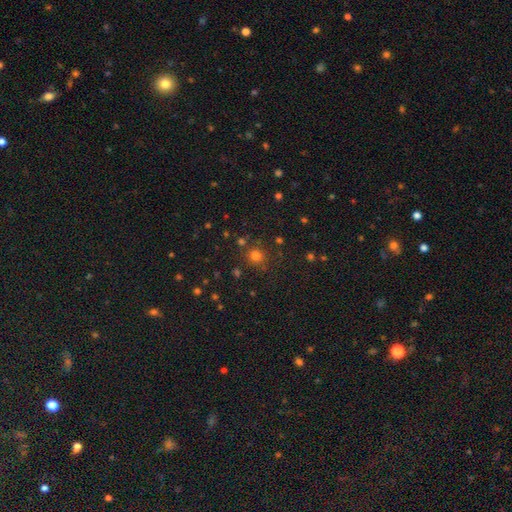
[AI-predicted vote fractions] A smooth galaxy with no disk features (74%) that is round (89%).

Vote fractions:
- Smooth or featured? smooth: 74% / star or artifact: 20% / featured or disk: 6%
- How rounded? round: 89% / in between: 10% / cigar-shaped: 1%
- Merging? none: 82% / minor disturbance: 9% / merger: 5% / major disturbance: 4%